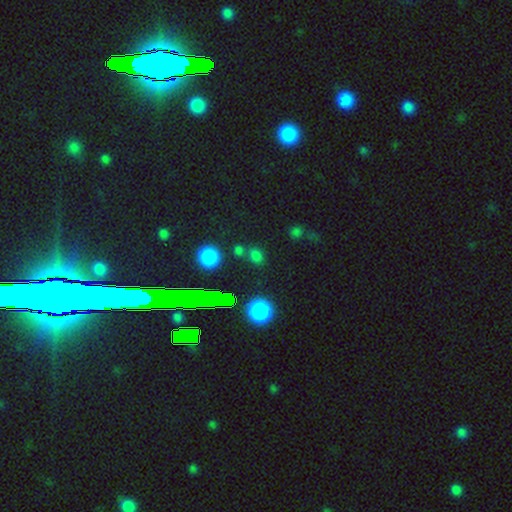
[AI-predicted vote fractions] Morphology: type=smooth (62%); roundness=round (65%); merging=none (75%).